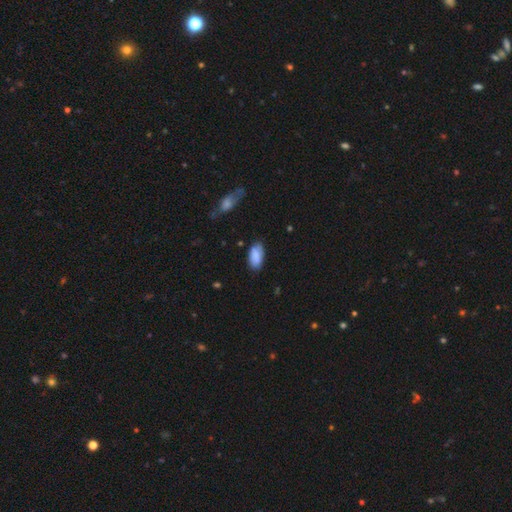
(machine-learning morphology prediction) The model was most divided on "merging": none: 75%, minor disturbance: 19%, major disturbance: 4%, merger: 2%. More confident: how rounded — in between (94%); smooth or featured — smooth (86%).